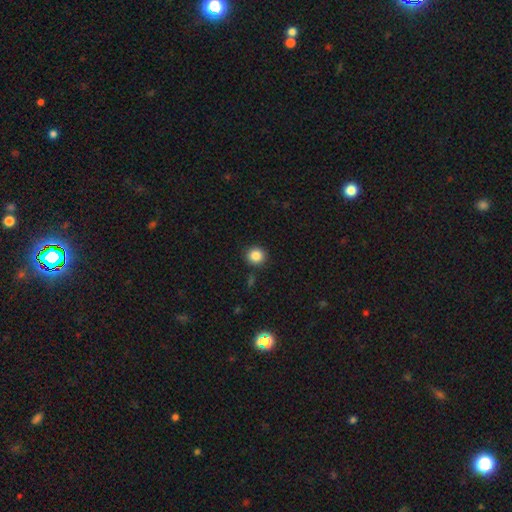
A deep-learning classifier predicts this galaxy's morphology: Q: Smooth or featured?
A: smooth (85%); runner-up: star or artifact (10%)
Q: How rounded?
A: round (90%); runner-up: in between (9%)
Q: Merging?
A: none (90%); runner-up: minor disturbance (6%)